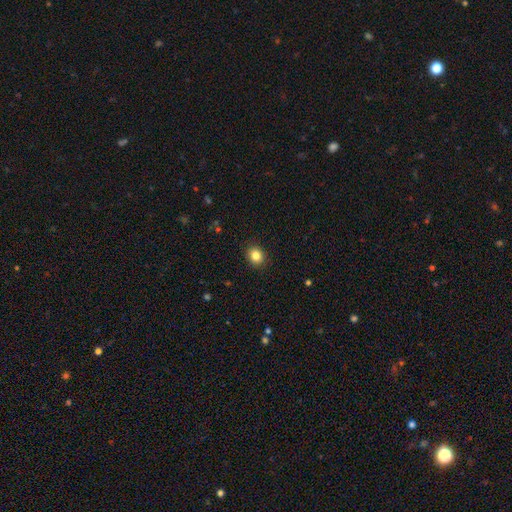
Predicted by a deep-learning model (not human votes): Smooth or featured? Predicted: smooth (p=0.84). How rounded? Predicted: round (p=0.75). Merging? Predicted: none (p=0.91).